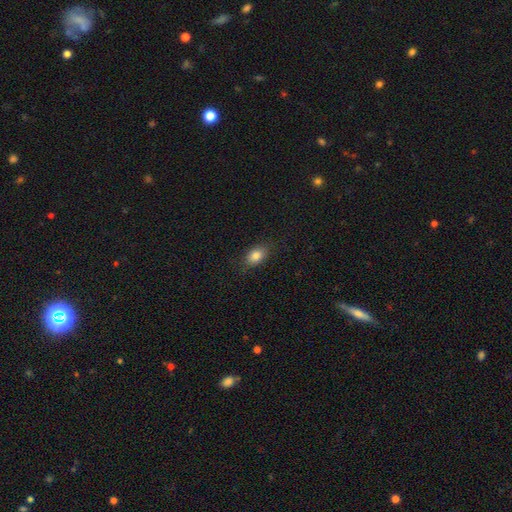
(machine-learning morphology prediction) smooth_or_featured: smooth (p=0.83) [alt: star or artifact p=0.09]
how_rounded: in between (p=0.85) [alt: round p=0.13]
merging: none (p=0.84) [alt: minor disturbance p=0.12]